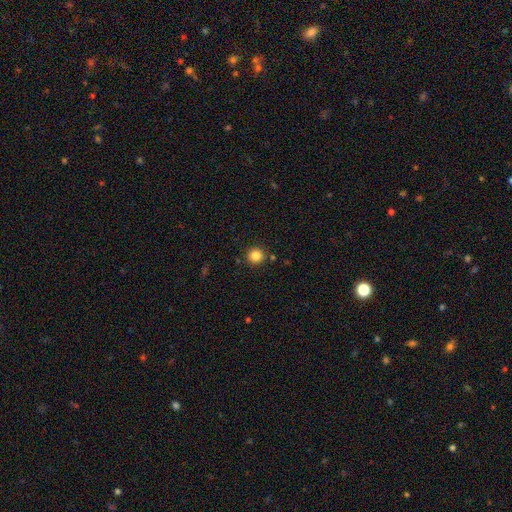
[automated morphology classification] smooth-or-featured: smooth: 84% | star or artifact: 11% | featured or disk: 4%
  how-rounded: round: 94% | in between: 5% | cigar-shaped: 1%
  merging: none: 89% | minor disturbance: 6% | merger: 3% | major disturbance: 2%